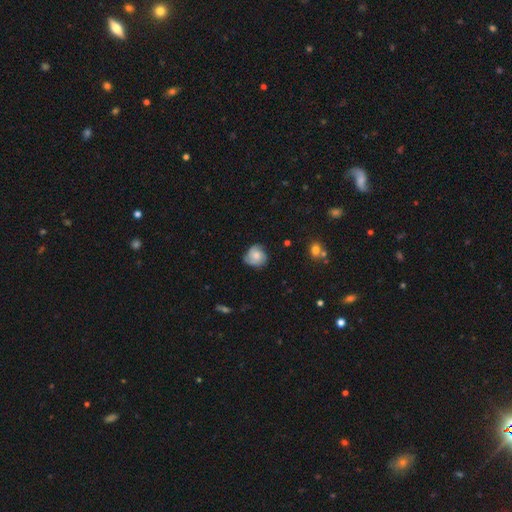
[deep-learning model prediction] Smooth or featured: smooth — 49% (featured or disk — 43%)
Merging: none — 66% (minor disturbance — 25%)